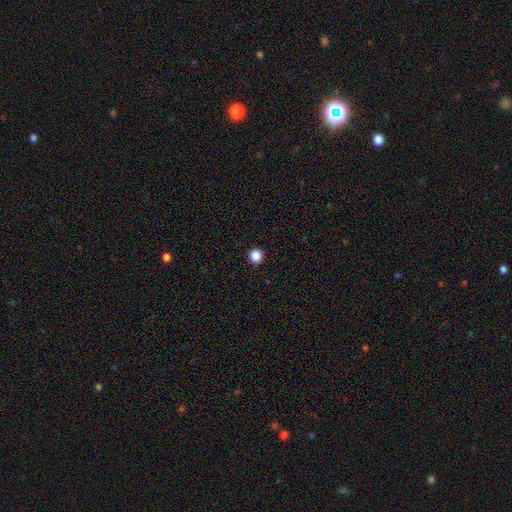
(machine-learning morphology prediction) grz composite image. It shows a smooth galaxy with no disk features (87%) that is round (92%). Merging: none (94%).